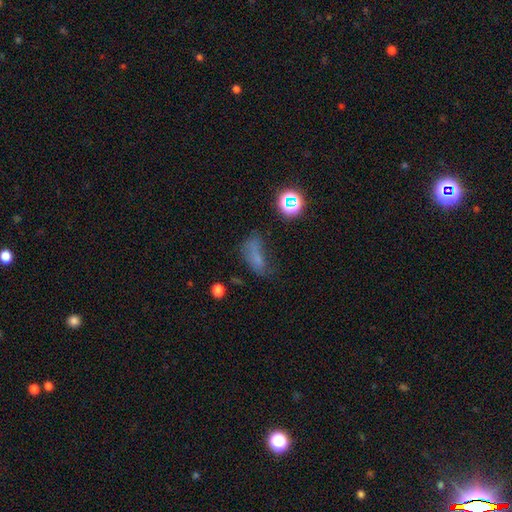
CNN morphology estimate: type=smooth (56%); roundness=in between (72%); merging=none (36%).